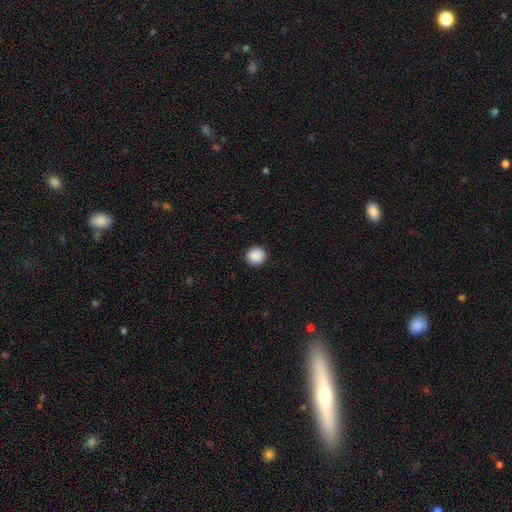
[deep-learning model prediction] Smooth or featured?
  - smooth: 90% *
  - star or artifact: 8%
  - featured or disk: 2%
How rounded?
  - round: 92% *
  - in between: 8%
  - cigar-shaped: 1%
Merging?
  - none: 93% *
  - minor disturbance: 5%
  - major disturbance: 2%
  - merger: 1%